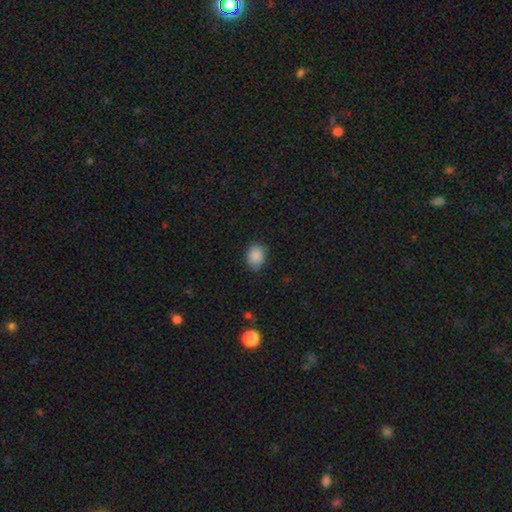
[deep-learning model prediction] This is clearly a smooth galaxy (88%). How rounded: likely in between (61%). Merging: likely none (80%).